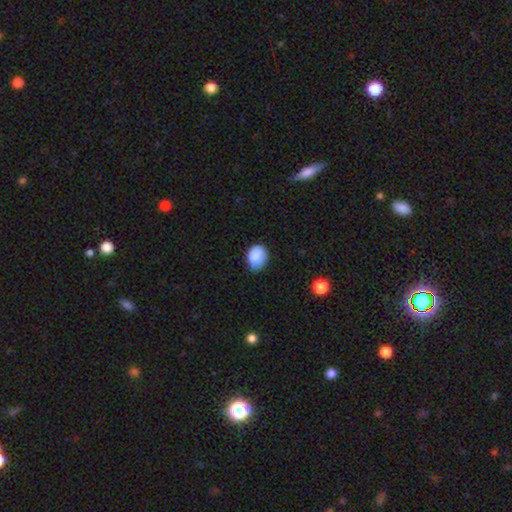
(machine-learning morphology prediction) Smooth or featured? smooth (87%)
How rounded? in between (60%)
Merging? none (68%)